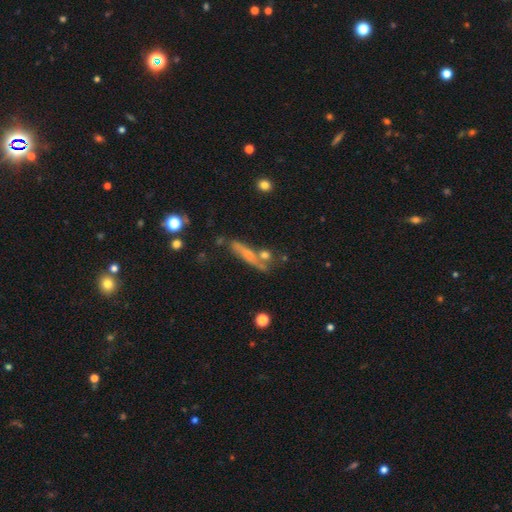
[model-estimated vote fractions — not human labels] Overall: featured or disk (47%; smooth 36%). Merging: none (54%; minor disturbance 19%).